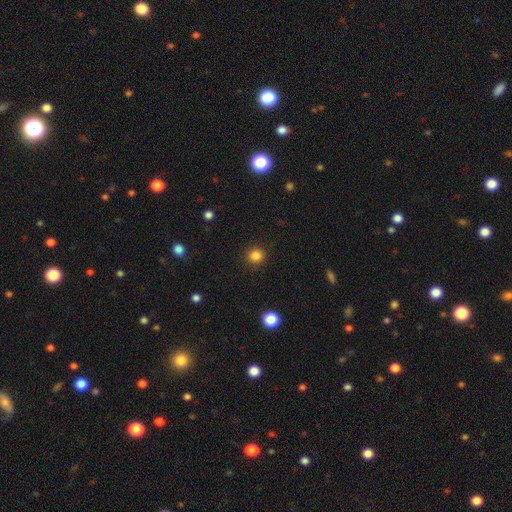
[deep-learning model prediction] A smooth galaxy with no disk features (85%) that is round (91%).

Vote fractions:
- Smooth or featured? smooth: 85% / star or artifact: 12% / featured or disk: 3%
- How rounded? round: 91% / in between: 8% / cigar-shaped: 1%
- Merging? none: 91% / minor disturbance: 6% / major disturbance: 2% / merger: 1%